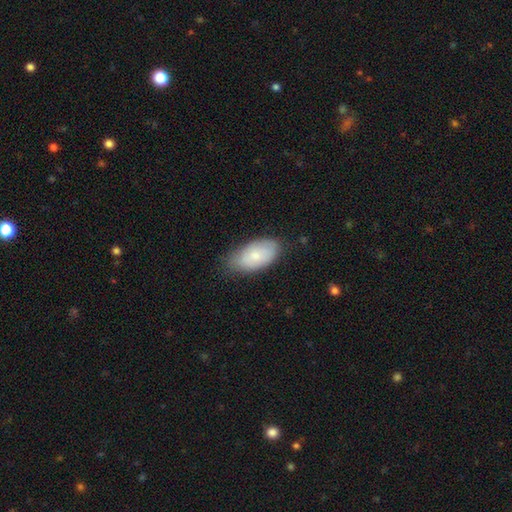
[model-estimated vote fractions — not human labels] This is likely a smooth galaxy (75%). How rounded: clearly in between (94%). Merging: likely none (68%).